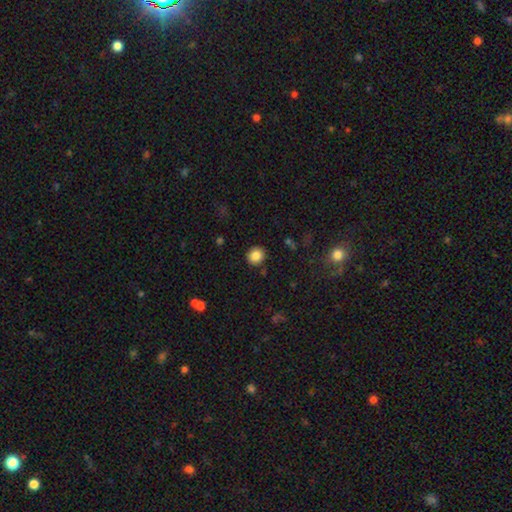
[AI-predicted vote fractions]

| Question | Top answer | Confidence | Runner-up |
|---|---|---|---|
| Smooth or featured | smooth | 85% | star or artifact (10%) |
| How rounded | round | 84% | in between (15%) |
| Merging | none | 88% | minor disturbance (7%) |